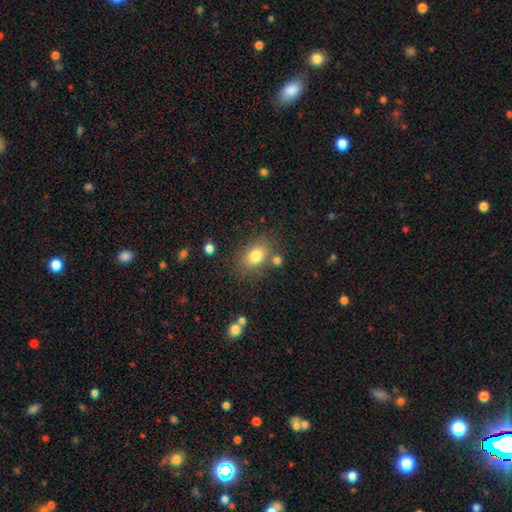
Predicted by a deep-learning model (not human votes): Smooth or featured: smooth — 79% (featured or disk — 11%)
How rounded: in between — 75% (round — 23%)
Merging: none — 72% (minor disturbance — 14%)